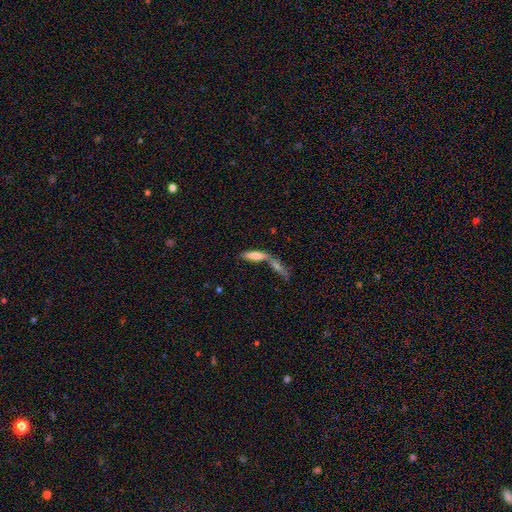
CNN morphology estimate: The model was most divided on "how rounded": cigar-shaped: 56%, in between: 42%, round: 2%. More confident: smooth or featured — smooth (70%); merging — merger (59%).